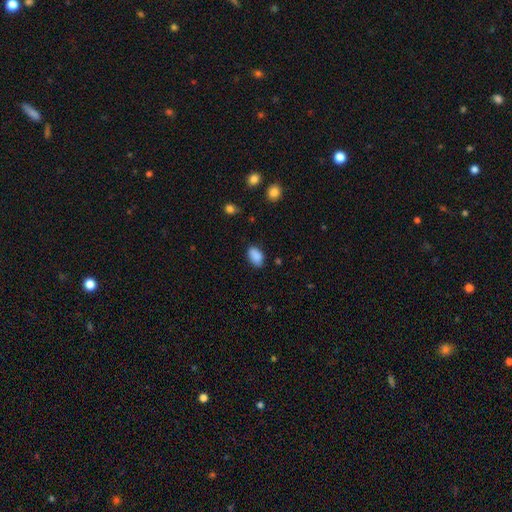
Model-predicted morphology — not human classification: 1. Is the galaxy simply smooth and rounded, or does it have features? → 88% smooth, 8% star or artifact, 4% featured or disk.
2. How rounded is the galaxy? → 91% in between, 7% round, 2% cigar-shaped.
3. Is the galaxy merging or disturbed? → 79% none, 16% minor disturbance, 3% major disturbance, 2% merger.